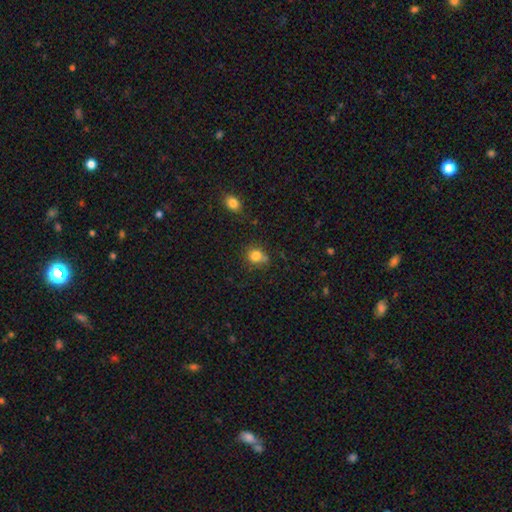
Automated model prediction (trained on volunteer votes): Smooth or featured?
  - smooth: 81% *
  - star or artifact: 12%
  - featured or disk: 7%
How rounded?
  - round: 72% *
  - in between: 27%
  - cigar-shaped: 1%
Merging?
  - none: 62% *
  - minor disturbance: 19%
  - merger: 13%
  - major disturbance: 6%